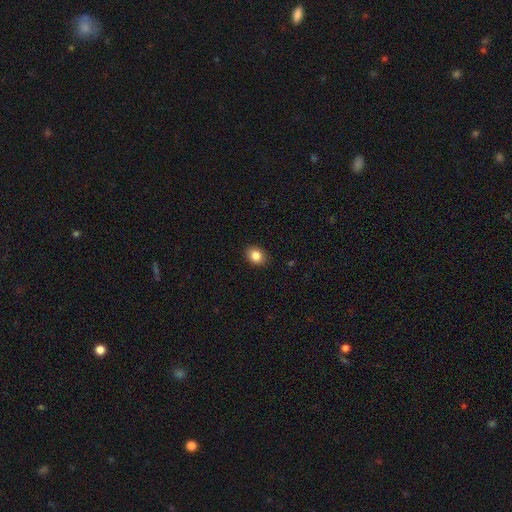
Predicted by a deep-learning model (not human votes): Q: Smooth or featured?
A: smooth (85%); runner-up: star or artifact (9%)
Q: How rounded?
A: in between (55%); runner-up: round (44%)
Q: Merging?
A: none (90%); runner-up: minor disturbance (8%)